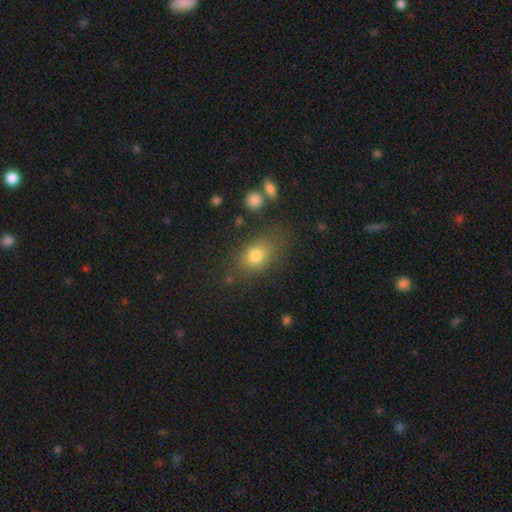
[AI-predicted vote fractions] Smooth or featured? smooth (77%)
How rounded? in between (65%)
Merging? none (69%)